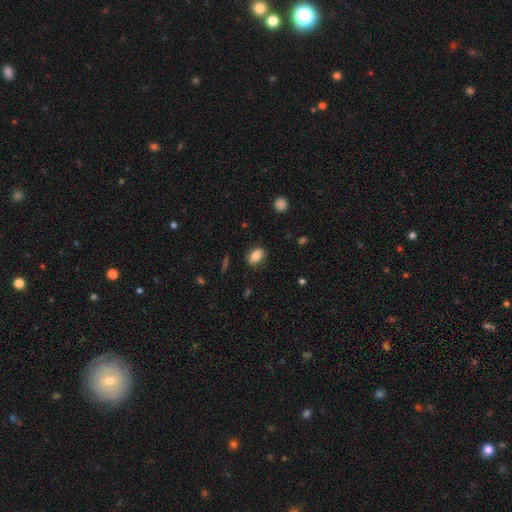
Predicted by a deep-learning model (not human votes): Q: Smooth or featured?
A: smooth (81%); runner-up: featured or disk (11%)
Q: How rounded?
A: in between (76%); runner-up: round (22%)
Q: Merging?
A: none (83%); runner-up: minor disturbance (13%)